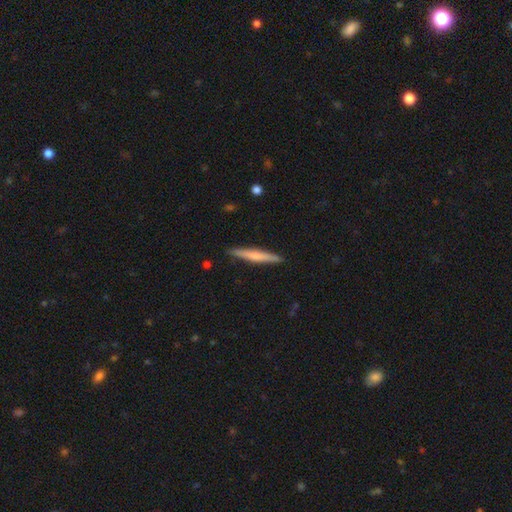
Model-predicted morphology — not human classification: The model was most divided on "smooth or featured": smooth: 54%, featured or disk: 41%, star or artifact: 5%. More confident: how rounded — cigar-shaped (95%); merging — none (90%).